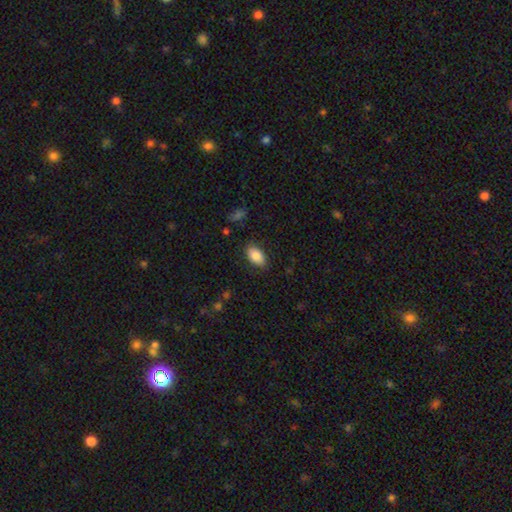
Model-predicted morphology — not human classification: This is clearly a smooth galaxy (86%). How rounded: clearly in between (92%). Merging: clearly none (85%).